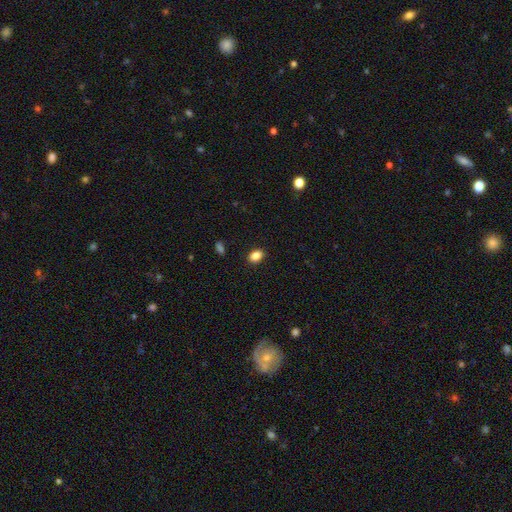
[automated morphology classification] This appears to be a smooth galaxy with no disk features (86%) that is in between round and cigar-shaped (77%). Merging: none (89%).